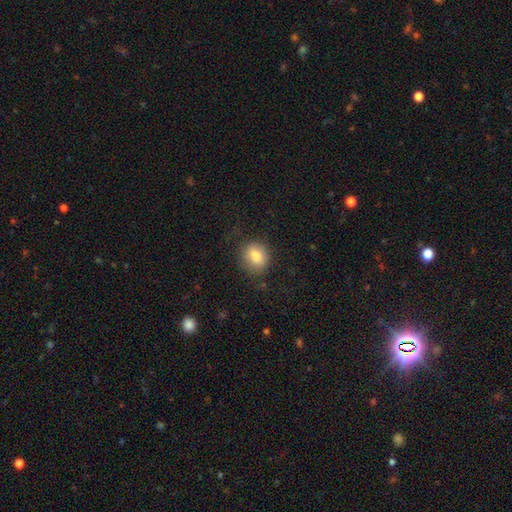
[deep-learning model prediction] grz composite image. It shows a smooth galaxy with no disk features (83%) that is round (55%). Merging: none (75%).